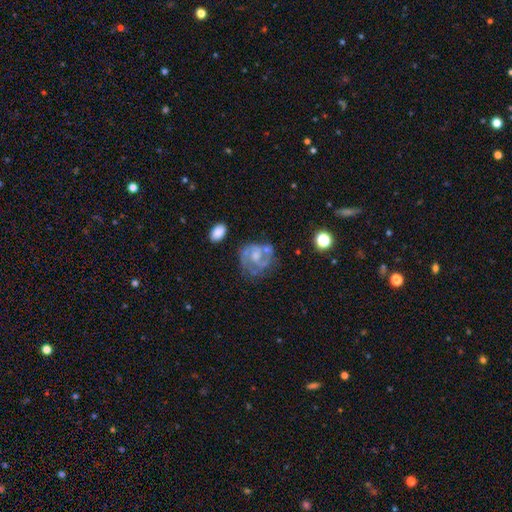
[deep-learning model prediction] A featured or disk galaxy (73%) with no bar (59%), 2 (61%) medium (46%) spiral arms (79%) and a moderate central bulge (43%). Merging: none (49%).